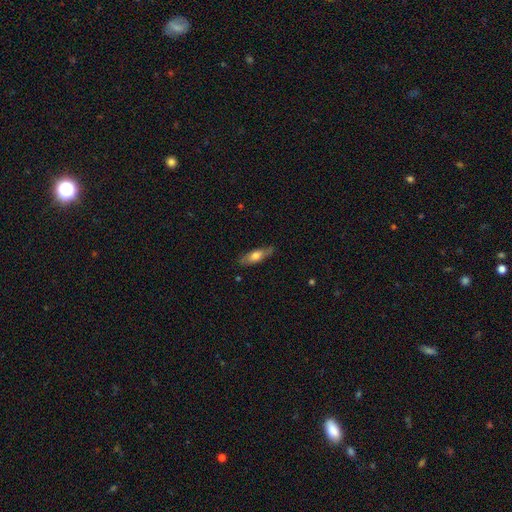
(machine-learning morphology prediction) Smooth or featured? smooth (59%)
How rounded? in between (55%)
Merging? none (76%)